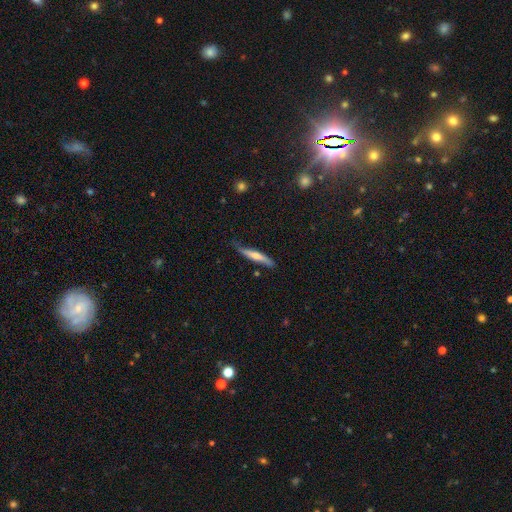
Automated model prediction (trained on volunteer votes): Morphology: type=smooth (48%); merging=none (66%).